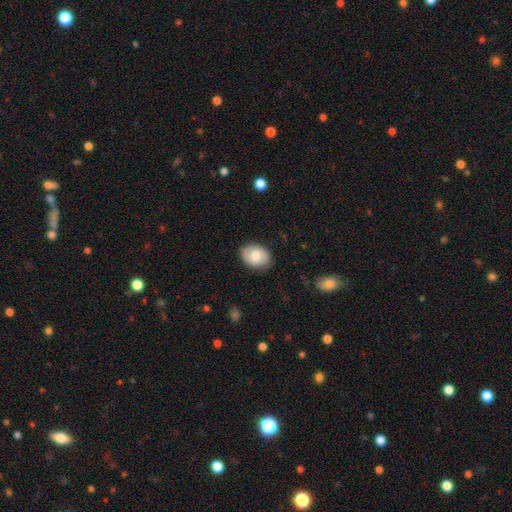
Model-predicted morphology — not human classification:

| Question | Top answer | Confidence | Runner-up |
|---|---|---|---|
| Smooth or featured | smooth | 71% | featured or disk (22%) |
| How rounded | in between | 72% | round (27%) |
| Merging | none | 84% | minor disturbance (12%) |